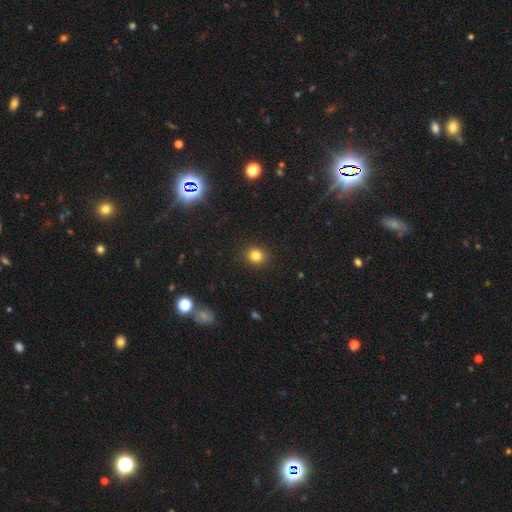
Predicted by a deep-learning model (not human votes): smooth-or-featured: smooth: 81% | star or artifact: 12% | featured or disk: 6%
  how-rounded: round: 81% | in between: 18% | cigar-shaped: 1%
  merging: none: 91% | minor disturbance: 6% | major disturbance: 2% | merger: 1%